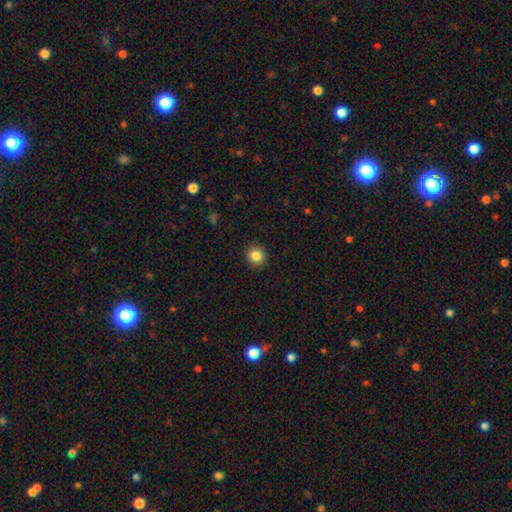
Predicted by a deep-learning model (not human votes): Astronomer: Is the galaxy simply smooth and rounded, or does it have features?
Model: smooth — 85%.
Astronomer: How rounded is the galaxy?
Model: round — 86%.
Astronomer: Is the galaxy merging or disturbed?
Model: none — 91%.